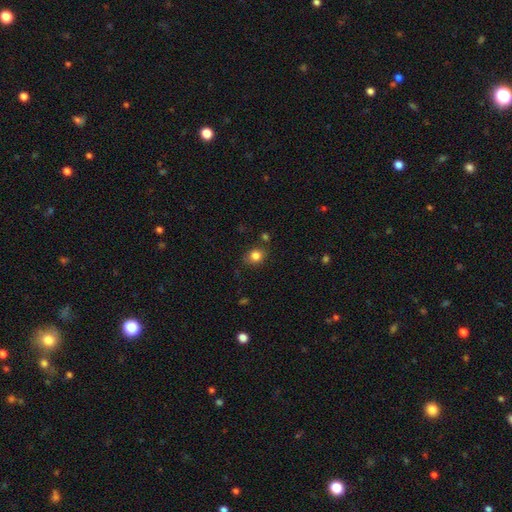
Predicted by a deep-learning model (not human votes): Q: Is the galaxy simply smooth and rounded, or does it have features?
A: smooth — 83%.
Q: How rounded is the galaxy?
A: round — 61%.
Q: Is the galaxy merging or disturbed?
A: none — 77%.